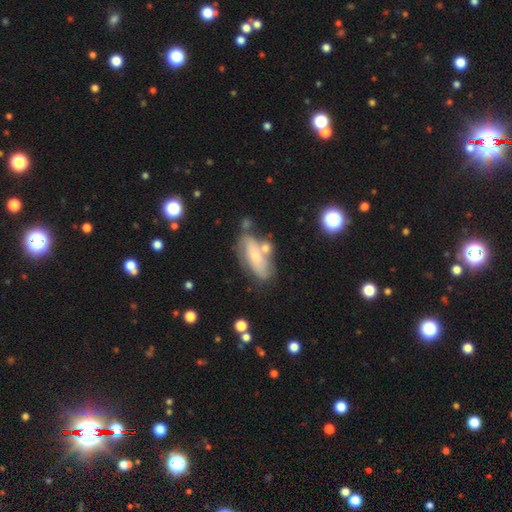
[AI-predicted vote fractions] smooth-or-featured: smooth: 48% | featured or disk: 43% | star or artifact: 8%
  merging: none: 52% | minor disturbance: 20% | merger: 20% | major disturbance: 8%